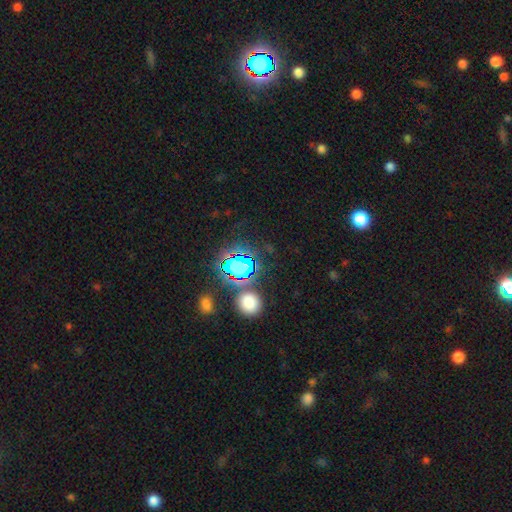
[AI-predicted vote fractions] star or artifact 78%, smooth 15%, featured or disk 7%.